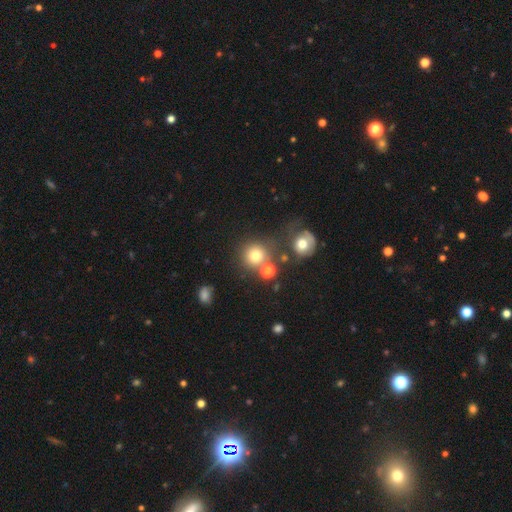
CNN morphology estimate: A smooth galaxy with no disk features (75%) that is round (90%). Merging: none (63%).